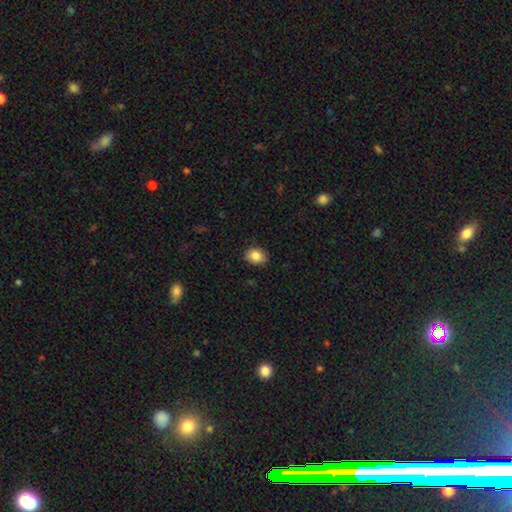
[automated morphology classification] This appears to be a smooth galaxy with no disk features (85%) that is in between round and cigar-shaped (53%). Merging: none (87%).